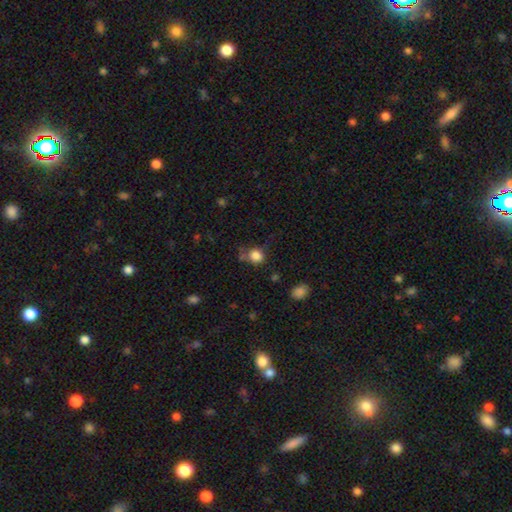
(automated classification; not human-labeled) Morphology: type=smooth (83%); roundness=round (80%); merging=none (62%).